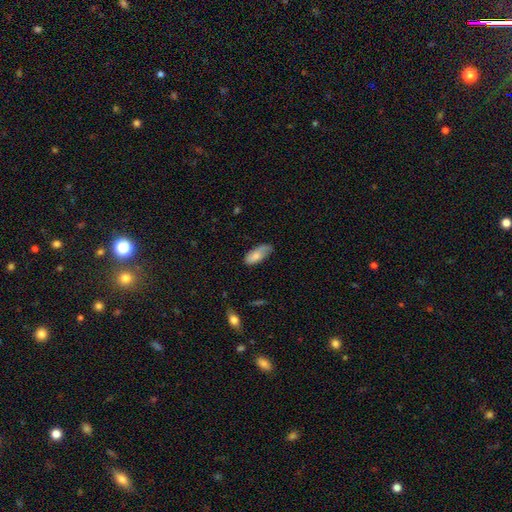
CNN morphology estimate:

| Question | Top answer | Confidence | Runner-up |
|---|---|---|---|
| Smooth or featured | smooth | 77% | featured or disk (17%) |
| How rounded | in between | 87% | cigar-shaped (11%) |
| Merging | none | 53% | minor disturbance (35%) |